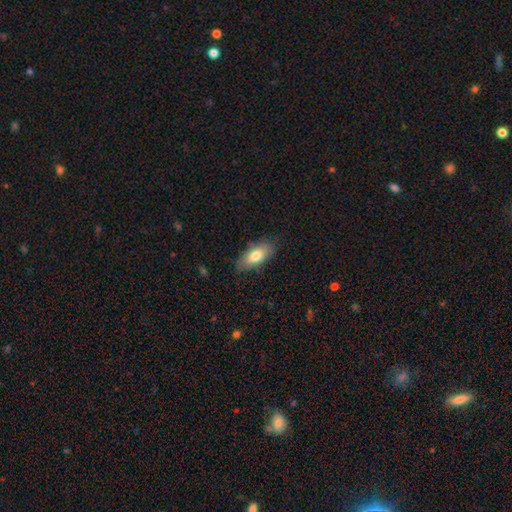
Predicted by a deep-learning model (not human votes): Smooth or featured? smooth (76%)
How rounded? in between (85%)
Merging? none (79%)